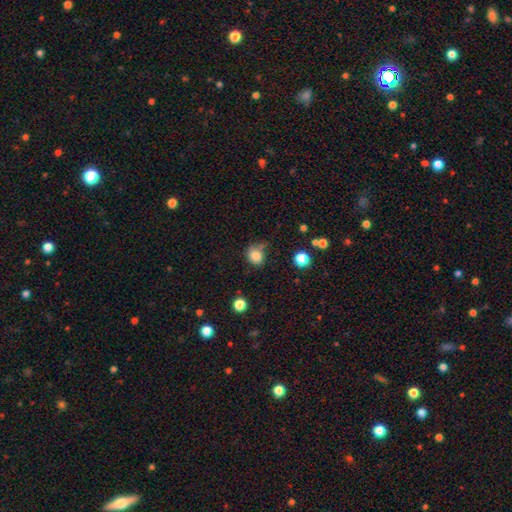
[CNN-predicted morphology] A smooth galaxy with no disk features (82%) that is round (69%). Merging: none (58%).